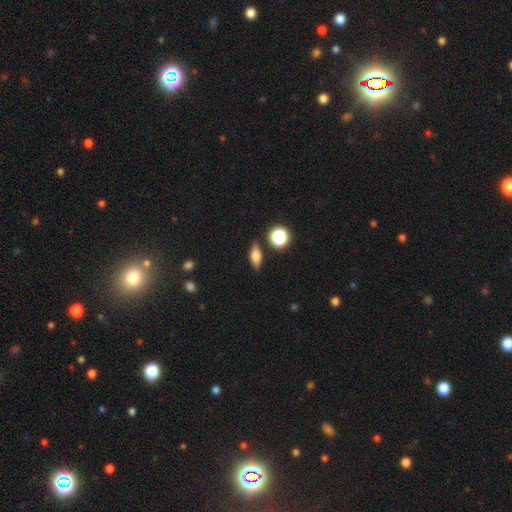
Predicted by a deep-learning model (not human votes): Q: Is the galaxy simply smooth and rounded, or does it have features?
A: smooth — 64%.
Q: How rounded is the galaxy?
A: in between — 62%.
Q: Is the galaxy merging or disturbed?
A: none — 83%.